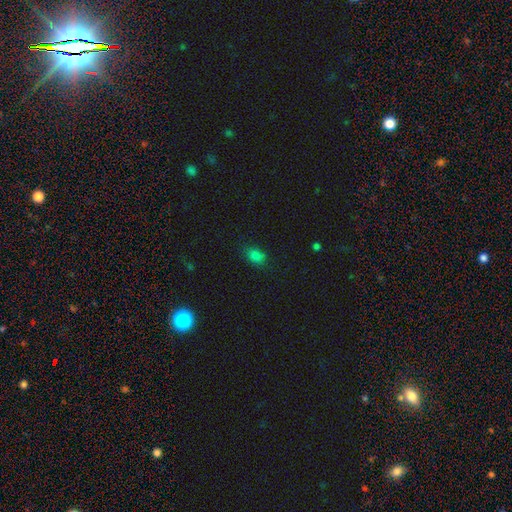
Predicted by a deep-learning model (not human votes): Overall: smooth (80%). How rounded: in between (73%). Merging: none (83%).